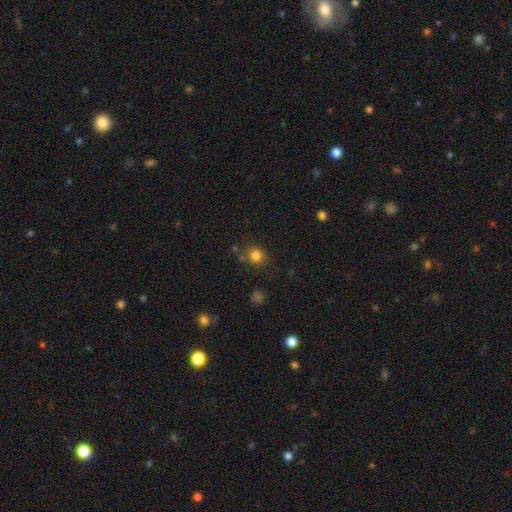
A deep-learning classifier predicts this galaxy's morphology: Smooth or featured? Predicted: smooth (p=0.82). How rounded? Predicted: round (p=0.88). Merging? Predicted: none (p=0.76).